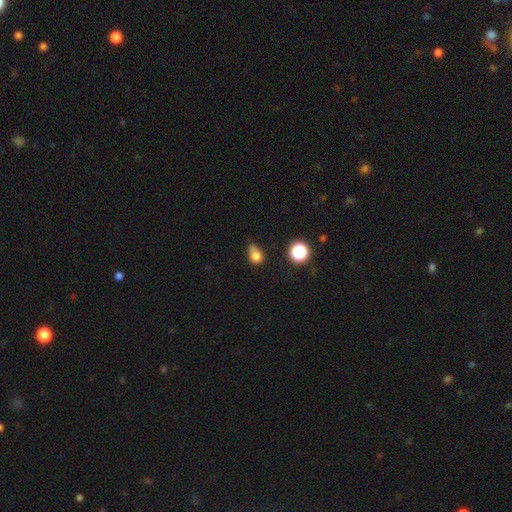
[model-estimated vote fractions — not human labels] A smooth galaxy with no disk features (77%) that is round (65%). Merging: none (40%).